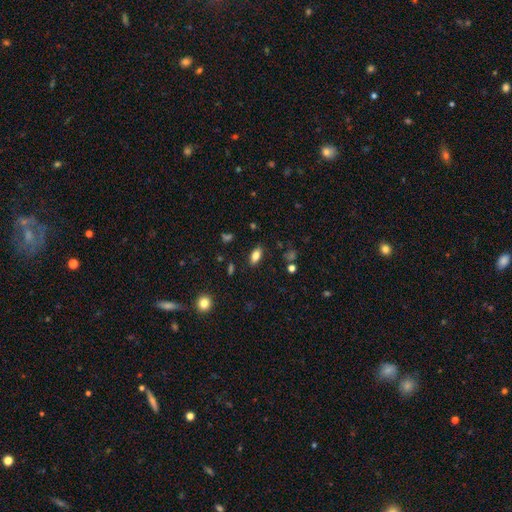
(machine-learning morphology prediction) A smooth galaxy with no disk features (80%) that is in between round and cigar-shaped (89%).

Vote fractions:
- Smooth or featured? smooth: 80% / star or artifact: 10% / featured or disk: 9%
- How rounded? in between: 89% / cigar-shaped: 6% / round: 5%
- Merging? none: 86% / minor disturbance: 10% / major disturbance: 3% / merger: 2%